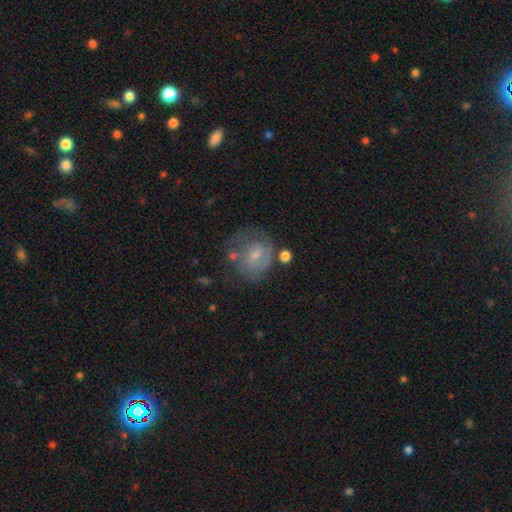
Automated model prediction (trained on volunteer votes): Smooth or featured? featured or disk (49%)
Merging? none (44%)